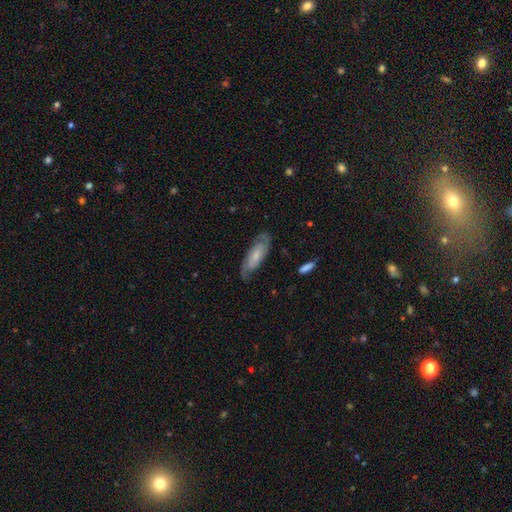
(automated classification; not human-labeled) A featured or disk galaxy (60%) with no bar (57%), spiral arms (88%) and a small central bulge (52%). Merging: none (75%).